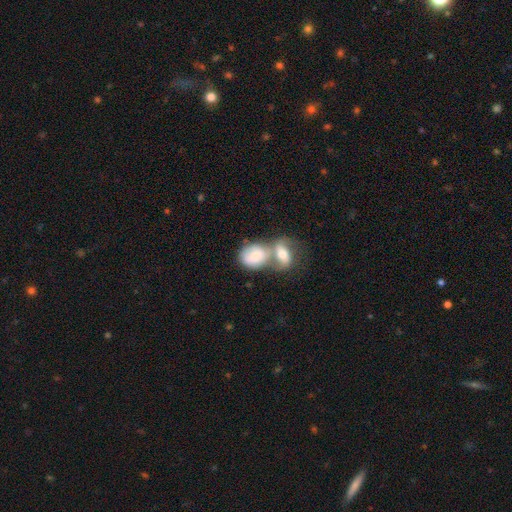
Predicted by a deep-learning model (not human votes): Morphology: type=smooth (72%); roundness=in between (73%); merging=merger (70%).